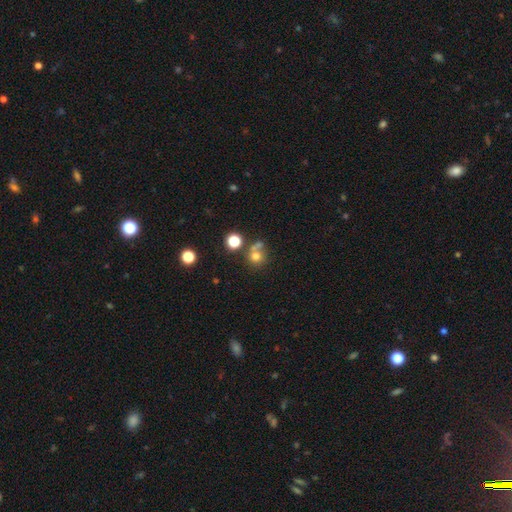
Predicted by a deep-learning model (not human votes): smooth 71%, star or artifact 17%, featured or disk 13%. Down the decision tree: how rounded — round (85%); merging — none (49%).